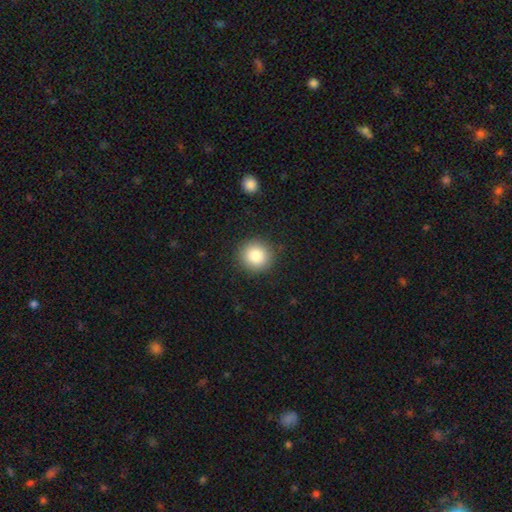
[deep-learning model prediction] smooth_or_featured: smooth (p=0.85) [alt: star or artifact p=0.09]
how_rounded: round (p=0.93) [alt: in between p=0.06]
merging: none (p=0.90) [alt: minor disturbance p=0.06]